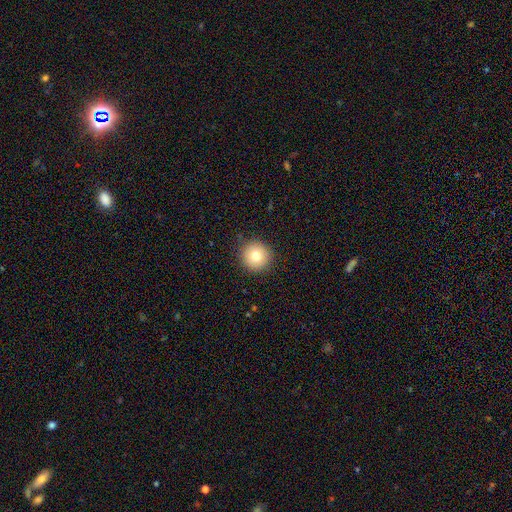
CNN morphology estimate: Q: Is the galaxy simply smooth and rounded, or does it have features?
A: smooth — 76%.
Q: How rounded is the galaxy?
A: round — 95%.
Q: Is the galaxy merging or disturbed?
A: none — 90%.